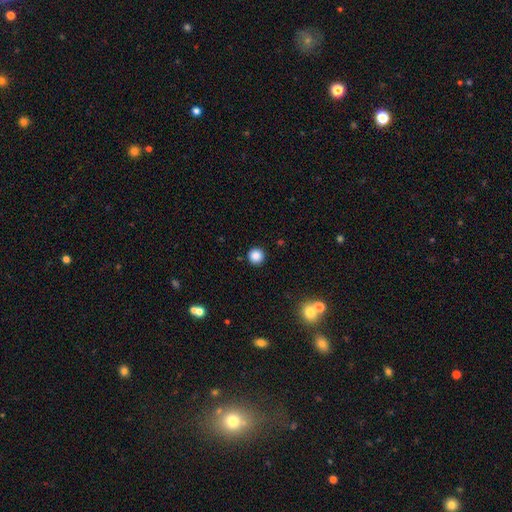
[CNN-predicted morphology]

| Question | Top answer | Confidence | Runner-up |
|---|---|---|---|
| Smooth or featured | smooth | 86% | star or artifact (11%) |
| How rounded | round | 96% | in between (3%) |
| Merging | none | 92% | minor disturbance (5%) |